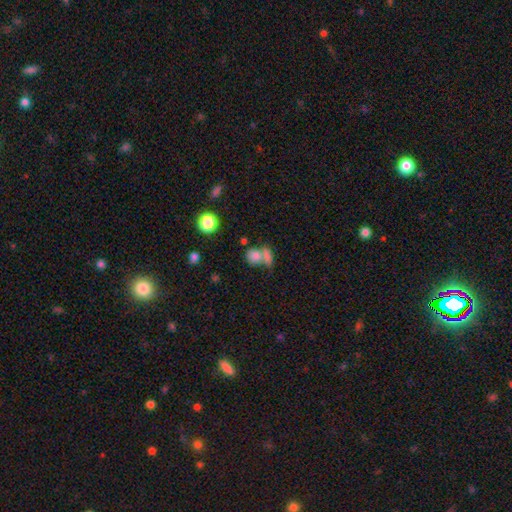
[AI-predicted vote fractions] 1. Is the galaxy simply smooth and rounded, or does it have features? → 78% smooth, 12% star or artifact, 10% featured or disk.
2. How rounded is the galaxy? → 59% round, 38% in between, 3% cigar-shaped.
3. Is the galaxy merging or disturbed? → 52% merger, 34% none, 9% minor disturbance, 6% major disturbance.